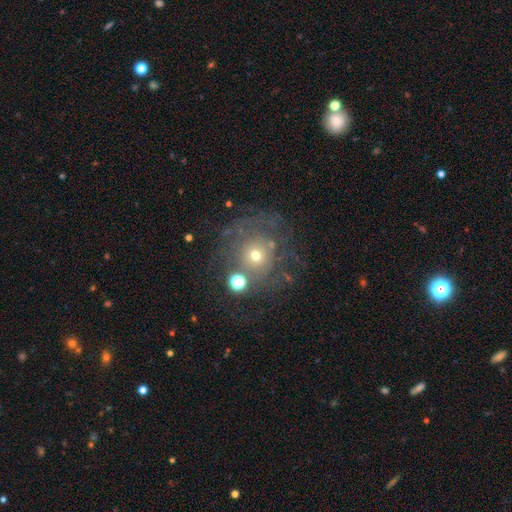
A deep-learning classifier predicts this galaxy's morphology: smooth-or-featured: smooth: 42% | featured or disk: 38% | star or artifact: 20%
  merging: none: 59% | major disturbance: 17% | minor disturbance: 17% | merger: 8%